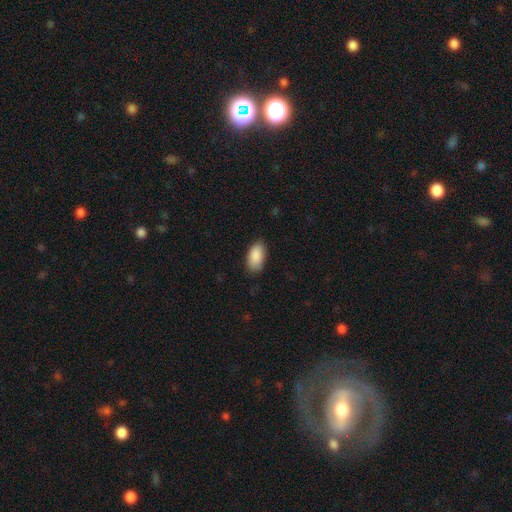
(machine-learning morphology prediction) A smooth galaxy with no disk features (90%) that is in between round and cigar-shaped (94%).

Vote fractions:
- Smooth or featured? smooth: 90% / star or artifact: 6% / featured or disk: 4%
- How rounded? in between: 94% / cigar-shaped: 3% / round: 3%
- Merging? none: 82% / minor disturbance: 14% / major disturbance: 3% / merger: 1%